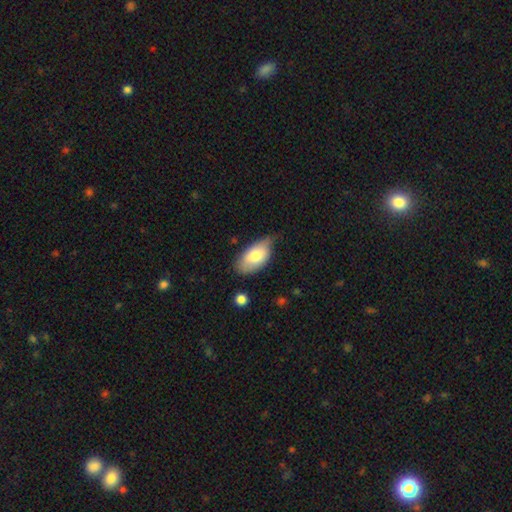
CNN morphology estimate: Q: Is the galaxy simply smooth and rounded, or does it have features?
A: smooth — 75%.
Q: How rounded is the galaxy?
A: in between — 94%.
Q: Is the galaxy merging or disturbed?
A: none — 55%.